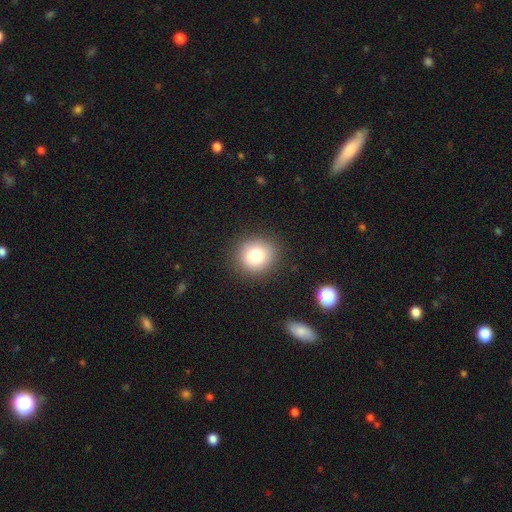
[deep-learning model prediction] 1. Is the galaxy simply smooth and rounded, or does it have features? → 82% smooth, 10% star or artifact, 8% featured or disk.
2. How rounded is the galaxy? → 86% round, 13% in between, 1% cigar-shaped.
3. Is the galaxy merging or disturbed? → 88% none, 8% minor disturbance, 3% major disturbance, 1% merger.